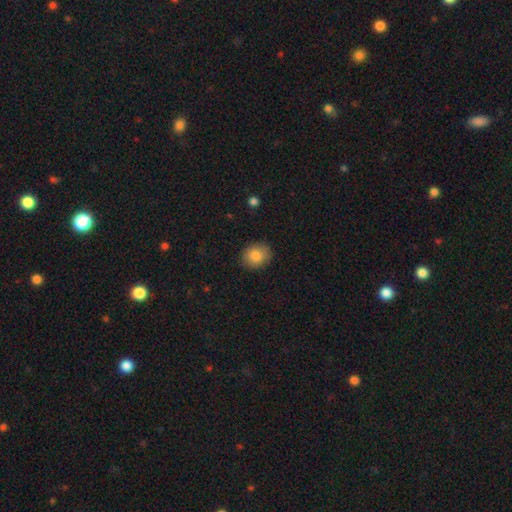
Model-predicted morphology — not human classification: smooth-or-featured: smooth: 84% | star or artifact: 8% | featured or disk: 7%
  how-rounded: round: 67% | in between: 32% | cigar-shaped: 1%
  merging: none: 86% | minor disturbance: 11% | major disturbance: 2% | merger: 1%